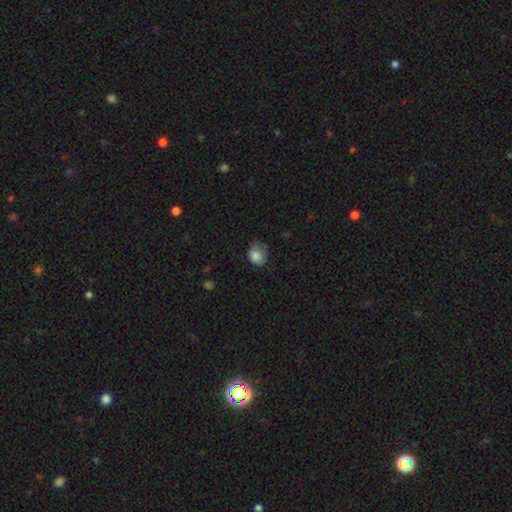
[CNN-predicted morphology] The model was most divided on "how rounded": round: 52%, in between: 47%, cigar-shaped: 1%. Remaining: smooth or featured — smooth (82%); merging — none (44%).